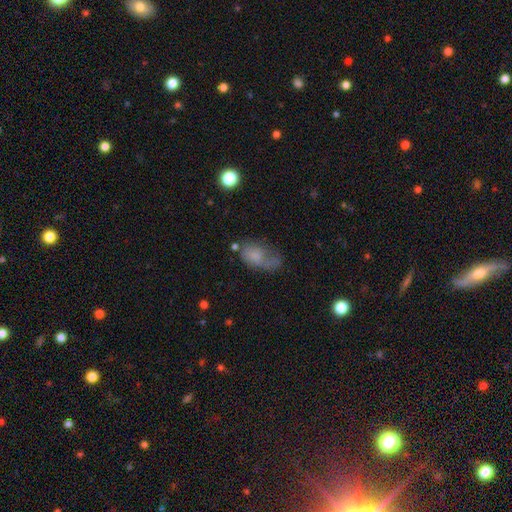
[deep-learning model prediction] smooth 60%, featured or disk 28%, star or artifact 11%. Down the decision tree: how rounded — in between (88%); merging — none (35%).